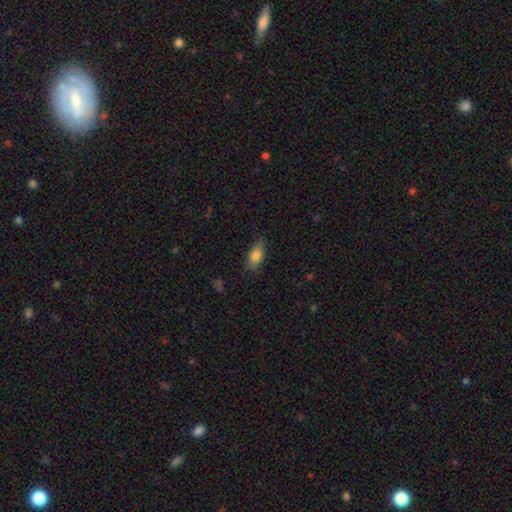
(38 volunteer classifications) This appears to be a smooth galaxy with no disk features (87%) that is in between round and cigar-shaped (91%). Merging: none (63%).